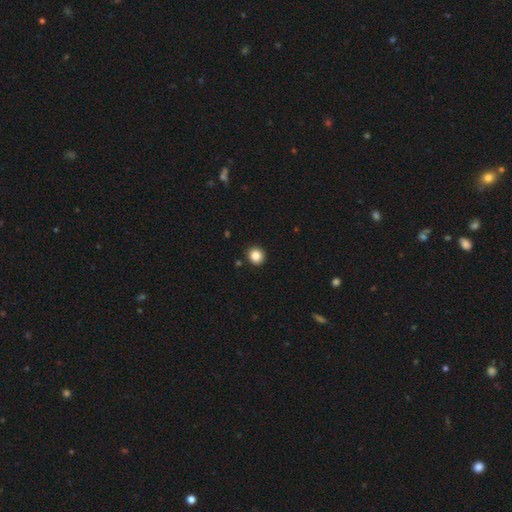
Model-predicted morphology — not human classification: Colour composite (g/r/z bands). It shows a smooth galaxy with no disk features (86%) that is round (89%). Merging: none (91%).